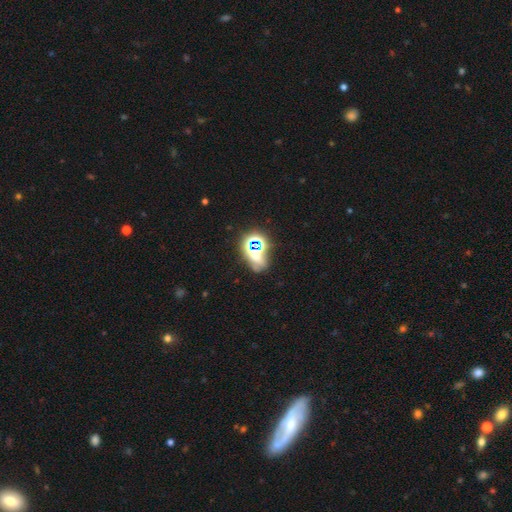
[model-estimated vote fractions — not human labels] smooth_or_featured: star or artifact (p=0.53) [alt: smooth p=0.31]